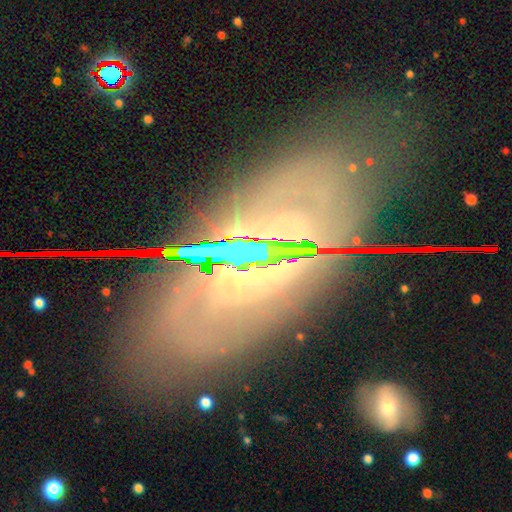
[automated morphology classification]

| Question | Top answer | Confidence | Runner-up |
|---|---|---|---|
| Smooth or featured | featured or disk | 69% | star or artifact (16%) |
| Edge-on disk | no | 61% | yes (39%) |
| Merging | none | 72% | minor disturbance (16%) |